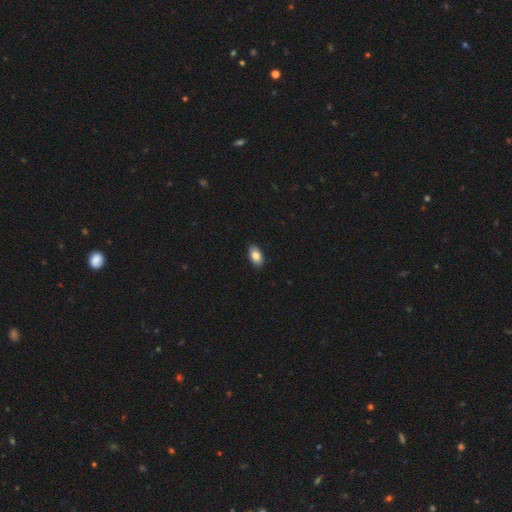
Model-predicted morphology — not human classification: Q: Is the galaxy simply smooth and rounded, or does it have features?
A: smooth — 85%.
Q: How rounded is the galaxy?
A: in between — 93%.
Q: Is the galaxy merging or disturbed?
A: none — 89%.